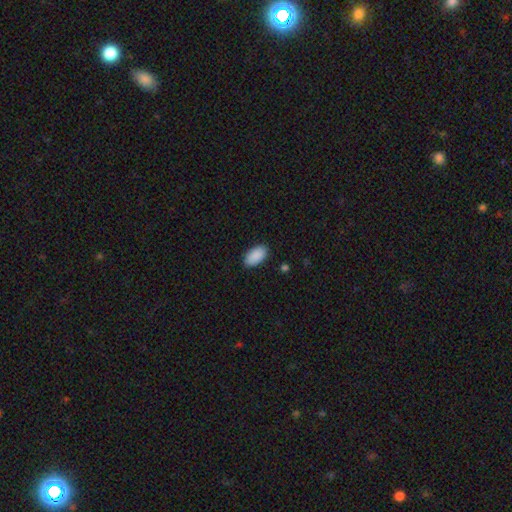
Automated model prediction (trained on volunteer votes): smooth 91%, star or artifact 6%, featured or disk 3%. Down the decision tree: how rounded — in between (95%); merging — none (89%).